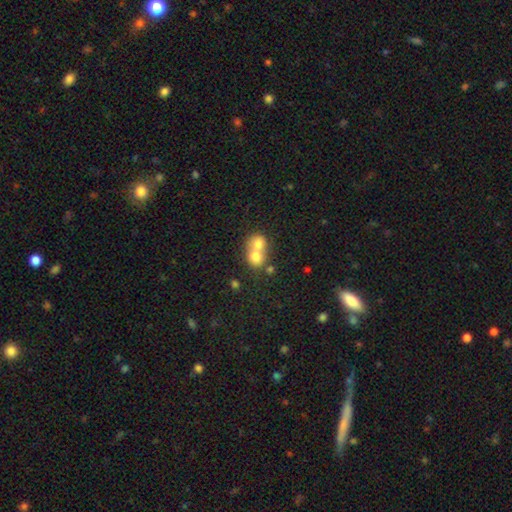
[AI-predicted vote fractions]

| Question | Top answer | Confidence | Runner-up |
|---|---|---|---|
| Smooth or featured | smooth | 72% | featured or disk (18%) |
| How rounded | round | 67% | in between (32%) |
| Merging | merger | 74% | none (20%) |